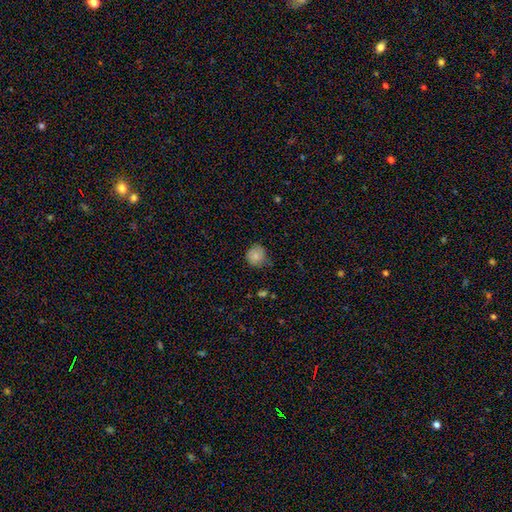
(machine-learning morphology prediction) This is clearly a smooth galaxy (80%). How rounded: clearly round (89%). Merging: likely none (71%).